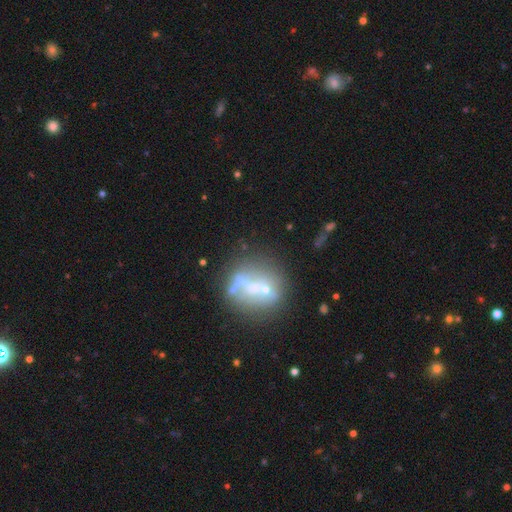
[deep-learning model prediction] Smooth or featured? featured or disk (52%)
Edge-on disk? no (80%)
Merging? none (47%)